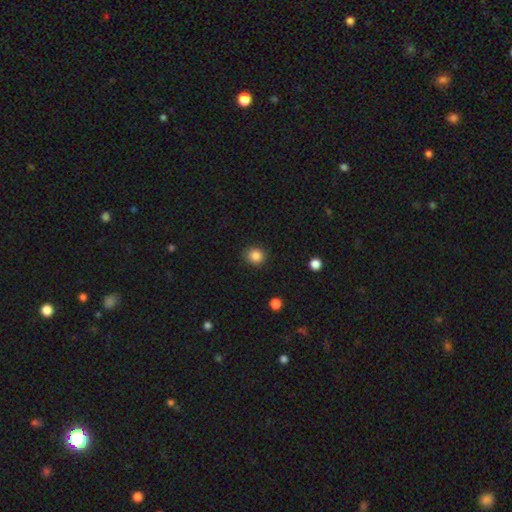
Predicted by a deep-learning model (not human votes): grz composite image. It shows a smooth galaxy with no disk features (86%) that is round (86%). Merging: none (90%).